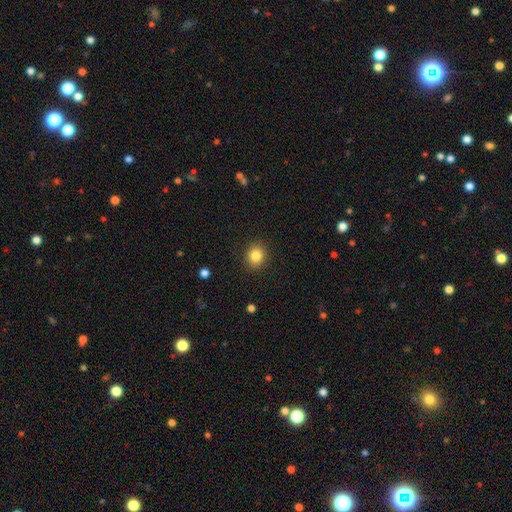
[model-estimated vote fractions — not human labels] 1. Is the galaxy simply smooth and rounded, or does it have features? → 84% smooth, 10% star or artifact, 6% featured or disk.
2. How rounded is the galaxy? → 76% round, 23% in between, 1% cigar-shaped.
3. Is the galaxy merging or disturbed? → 90% none, 7% minor disturbance, 2% major disturbance, 1% merger.